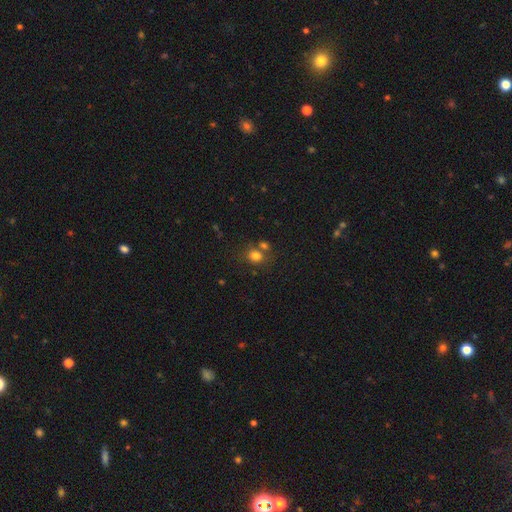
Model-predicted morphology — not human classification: A smooth galaxy with no disk features (78%) that is round (62%). Merging: none (58%).